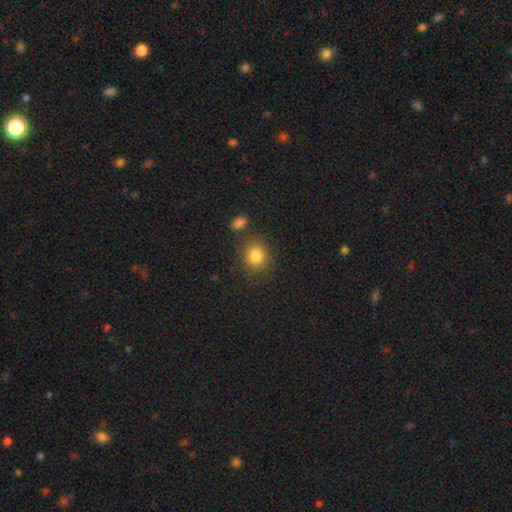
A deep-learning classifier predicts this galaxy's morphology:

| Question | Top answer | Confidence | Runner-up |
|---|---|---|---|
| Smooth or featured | smooth | 84% | star or artifact (10%) |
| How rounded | round | 74% | in between (25%) |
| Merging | none | 79% | minor disturbance (11%) |